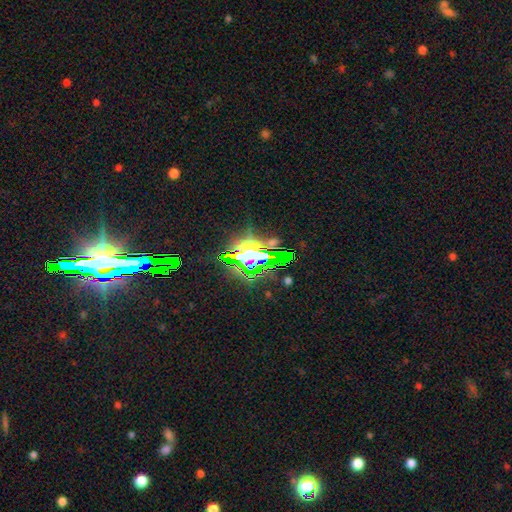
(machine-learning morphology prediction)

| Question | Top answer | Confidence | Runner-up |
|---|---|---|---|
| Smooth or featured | star or artifact | 80% | featured or disk (11%) |